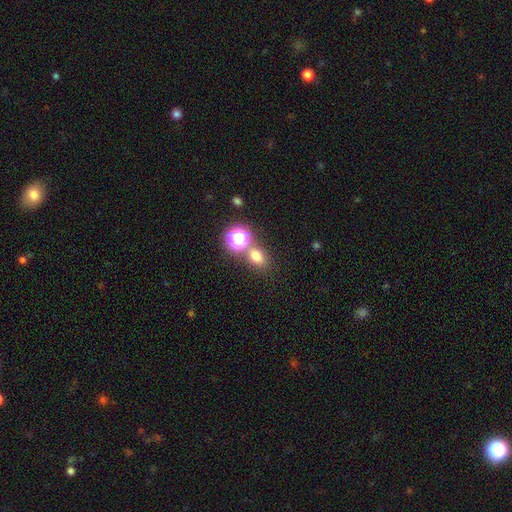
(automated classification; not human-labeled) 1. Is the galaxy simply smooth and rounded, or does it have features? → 70% smooth, 22% star or artifact, 8% featured or disk.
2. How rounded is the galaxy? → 50% round, 48% in between, 1% cigar-shaped.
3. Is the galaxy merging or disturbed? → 66% none, 21% merger, 9% minor disturbance, 4% major disturbance.